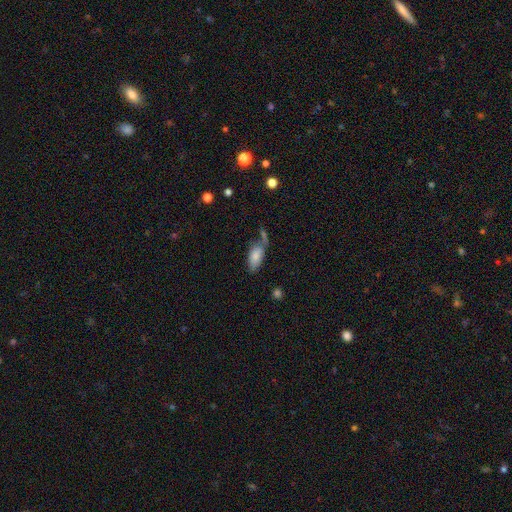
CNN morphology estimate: This appears to be a smooth galaxy with no disk features (78%) that is in between round and cigar-shaped (90%). Merging: none (47%).